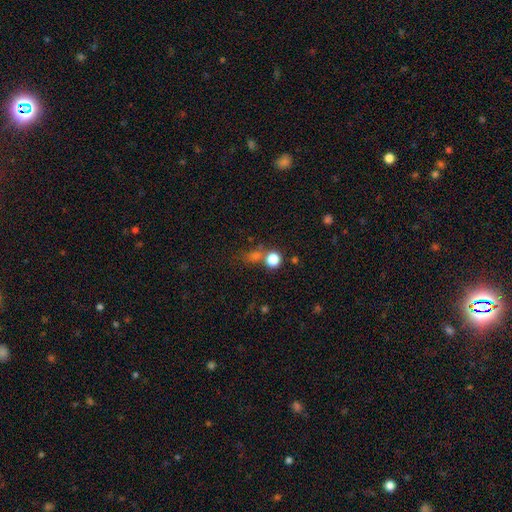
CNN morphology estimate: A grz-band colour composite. It shows a smooth galaxy with no disk features (59%) that is round (78%). Merging: none (61%).